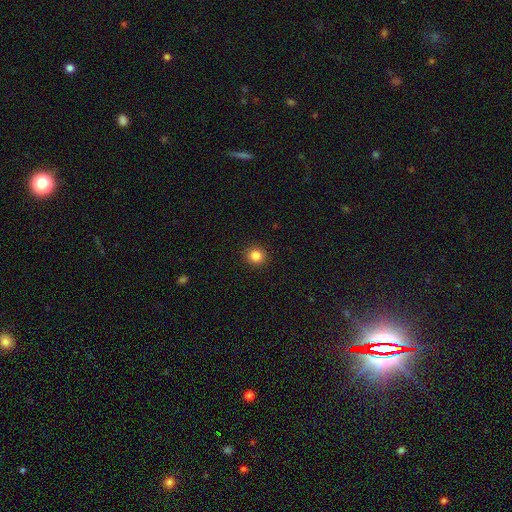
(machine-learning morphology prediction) Smooth or featured?
  - smooth: 85% *
  - star or artifact: 11%
  - featured or disk: 4%
How rounded?
  - round: 91% *
  - in between: 8%
  - cigar-shaped: 1%
Merging?
  - none: 92% *
  - minor disturbance: 5%
  - major disturbance: 2%
  - merger: 1%